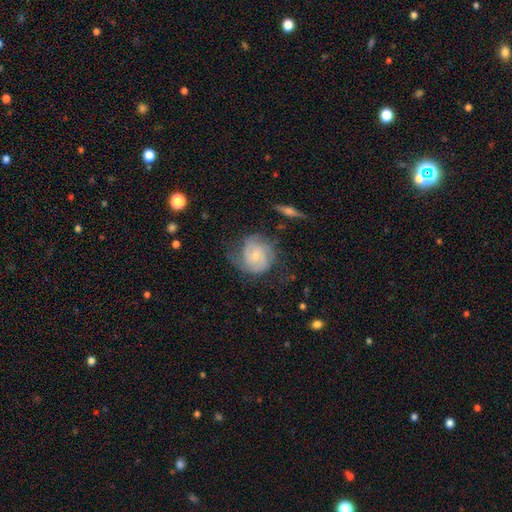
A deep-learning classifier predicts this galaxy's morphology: This appears to be a featured or disk galaxy (70%) with no bar (62%), 2 (47%) tight (46%) spiral arms (90%) and a small central bulge (68%). Merging: none (52%).